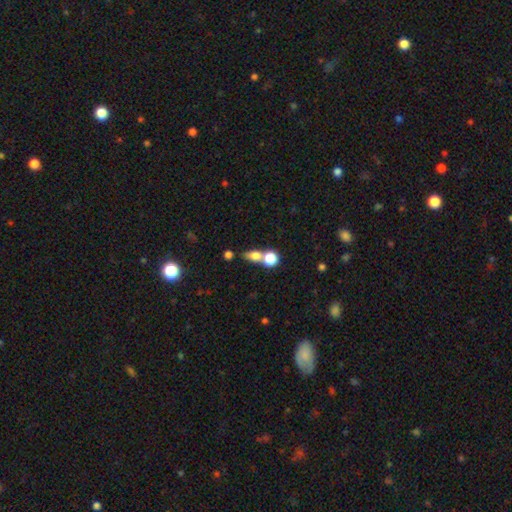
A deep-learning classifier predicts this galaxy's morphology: type=smooth (72%); roundness=in between (47%); merging=none (43%).